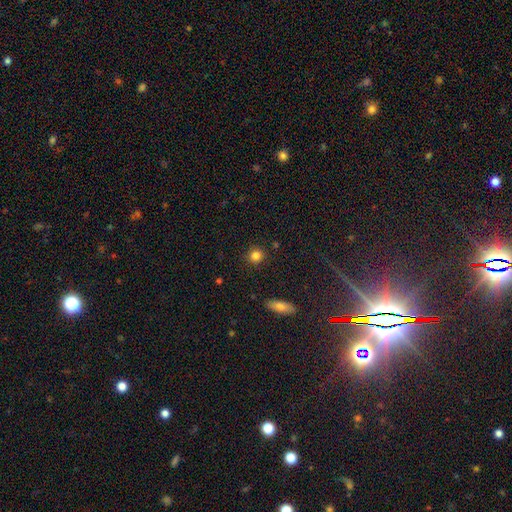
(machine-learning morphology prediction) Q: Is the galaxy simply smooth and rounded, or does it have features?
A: smooth — 84%.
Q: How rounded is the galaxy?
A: round — 88%.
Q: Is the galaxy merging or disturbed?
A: none — 89%.